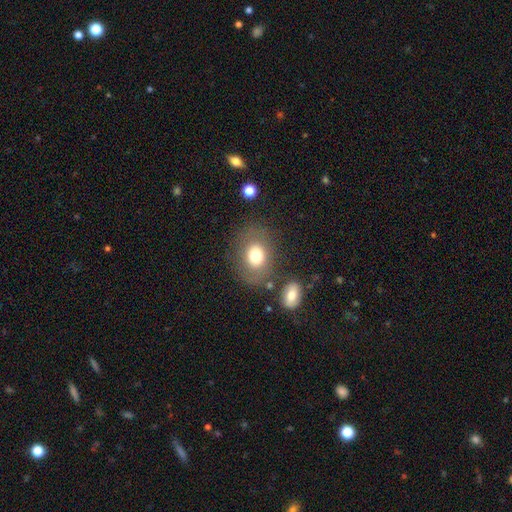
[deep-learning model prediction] smooth_or_featured: smooth (p=0.73) [alt: featured or disk p=0.17]
how_rounded: in between (p=0.54) [alt: round p=0.45]
merging: none (p=0.72) [alt: minor disturbance p=0.15]